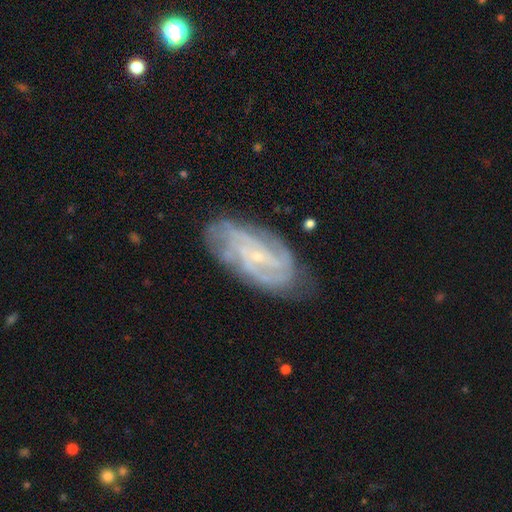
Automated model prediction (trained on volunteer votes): The model was most divided on "spiral arm count": can't tell: 27%, 2: 22%, 3: 21%, 4: 17%, more than 4: 7%, 1: 6%. Remaining: spiral arms — yes (96%); edge-on disk — no (95%); smooth or featured — featured or disk (85%); bulge size — small (84%); merging — none (72%); spiral winding — tight (53%); bar — no (48%).